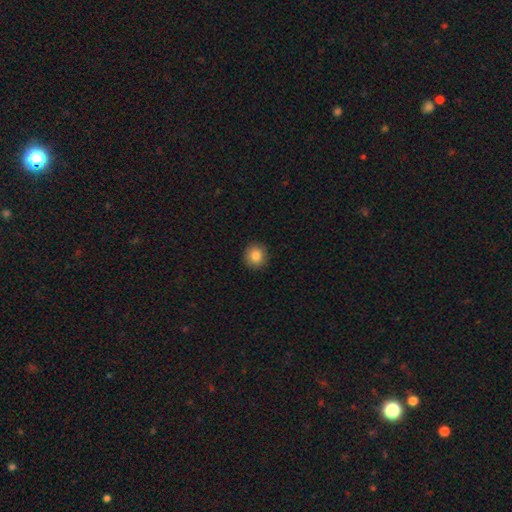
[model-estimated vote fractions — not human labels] The model was most divided on "smooth or featured": smooth: 85%, star or artifact: 9%, featured or disk: 6%. More confident: how rounded — round (93%); merging — none (92%).